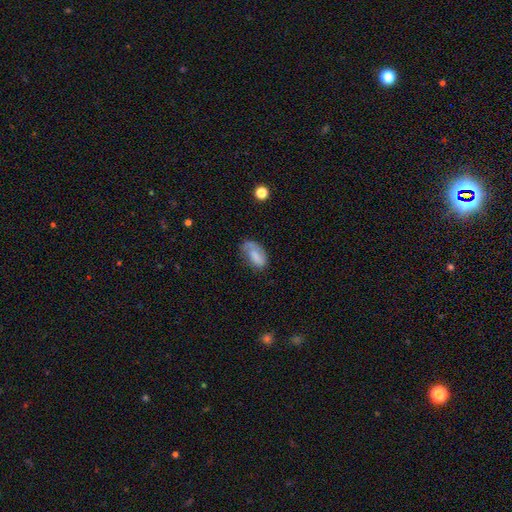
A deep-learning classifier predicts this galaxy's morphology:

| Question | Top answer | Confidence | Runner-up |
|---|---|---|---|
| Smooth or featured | smooth | 67% | featured or disk (25%) |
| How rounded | in between | 91% | round (5%) |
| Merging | none | 47% | minor disturbance (31%) |